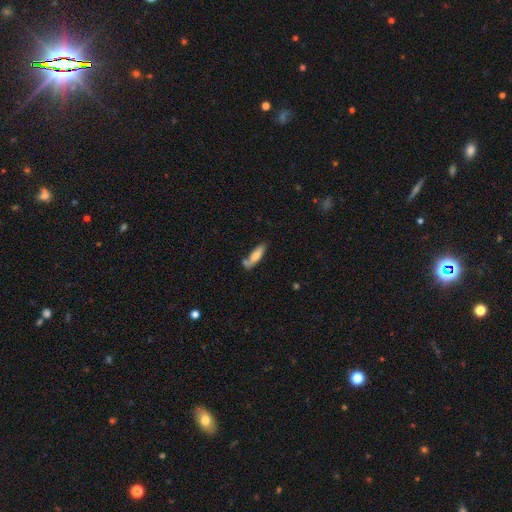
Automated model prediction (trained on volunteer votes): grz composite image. It shows a smooth galaxy with no disk features (71%) that is cigar-shaped (55%). Merging: none (55%).